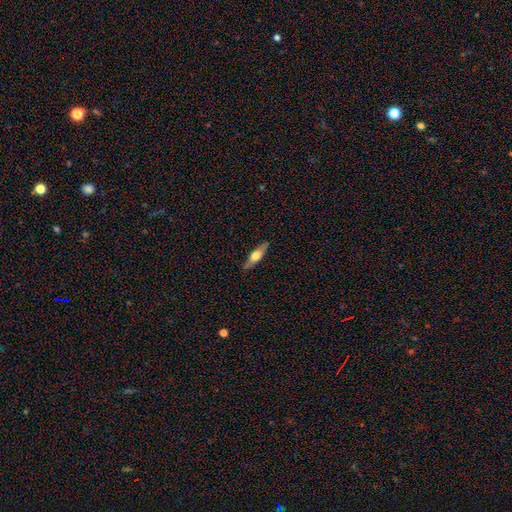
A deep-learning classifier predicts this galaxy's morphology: smooth_or_featured: featured or disk (p=0.48) [alt: smooth p=0.46]
merging: none (p=0.88) [alt: minor disturbance p=0.09]